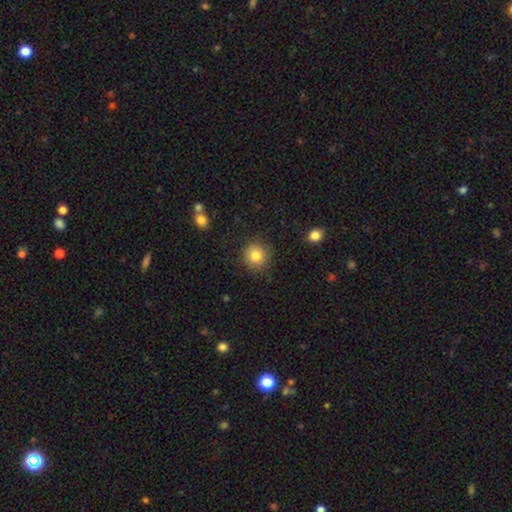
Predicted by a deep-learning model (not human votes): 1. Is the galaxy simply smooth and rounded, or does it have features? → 83% smooth, 10% star or artifact, 7% featured or disk.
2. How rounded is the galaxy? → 92% round, 7% in between, 1% cigar-shaped.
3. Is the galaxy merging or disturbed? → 87% none, 9% minor disturbance, 3% major disturbance, 1% merger.